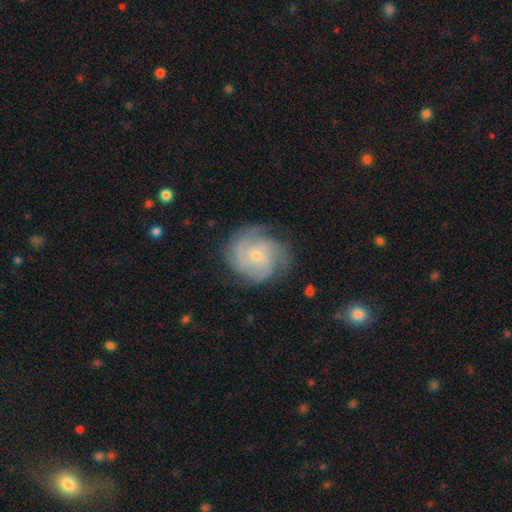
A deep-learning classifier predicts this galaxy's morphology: Overall: featured or disk (78%). Edge-on disk: no (98%). Bar: no (67%; weak 29%). Spiral arms: yes (94%). Spiral arm count: can't tell (29%; 3 28%). Spiral winding: tight (63%; medium 30%). Bulge size: small (74%). Merging: none (75%).